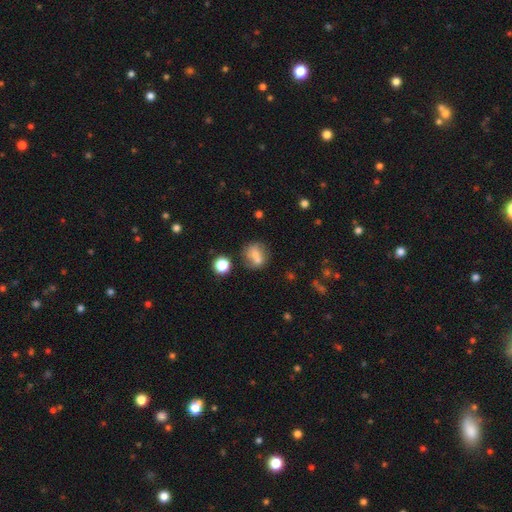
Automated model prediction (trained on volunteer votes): Q: Smooth or featured?
A: smooth (68%); runner-up: featured or disk (20%)
Q: How rounded?
A: round (71%); runner-up: in between (27%)
Q: Merging?
A: none (48%); runner-up: merger (32%)